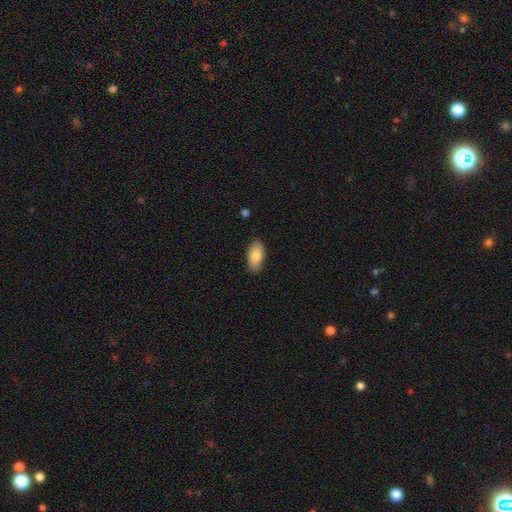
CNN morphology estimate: This appears to be a smooth galaxy with no disk features (82%) that is in between round and cigar-shaped (91%). Merging: none (87%).